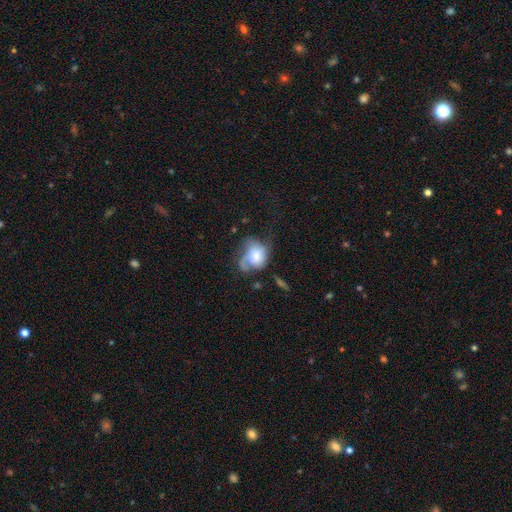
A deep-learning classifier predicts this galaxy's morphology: Smooth or featured?
  - smooth: 48% *
  - featured or disk: 43%
  - star or artifact: 9%
Merging?
  - major disturbance: 35% *
  - none: 31%
  - minor disturbance: 27%
  - merger: 8%